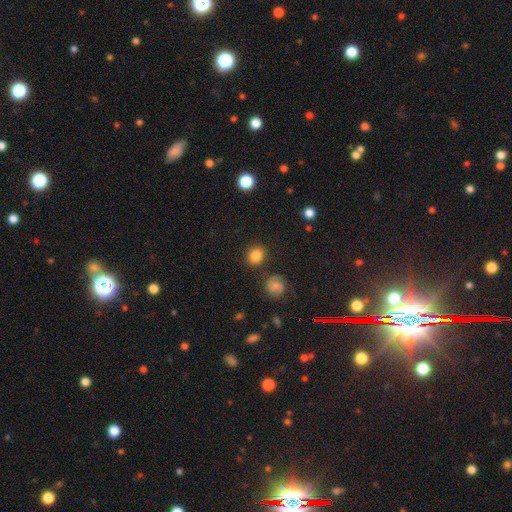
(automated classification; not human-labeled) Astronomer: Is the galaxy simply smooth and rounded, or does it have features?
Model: smooth — 82%.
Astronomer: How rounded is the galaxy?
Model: round — 66%.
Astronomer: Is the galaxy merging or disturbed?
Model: none — 84%.